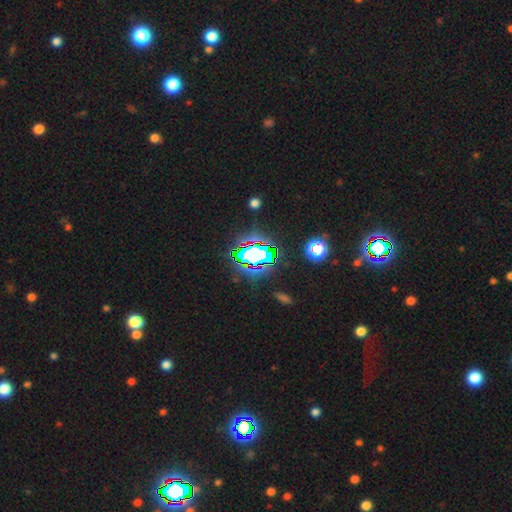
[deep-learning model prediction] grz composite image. It shows a star or artifact, not a galaxy (80%).